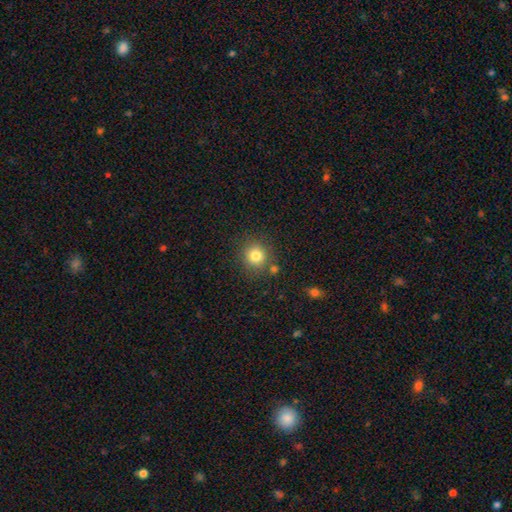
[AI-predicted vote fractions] A smooth galaxy with no disk features (81%) that is round (90%). Merging: none (81%).